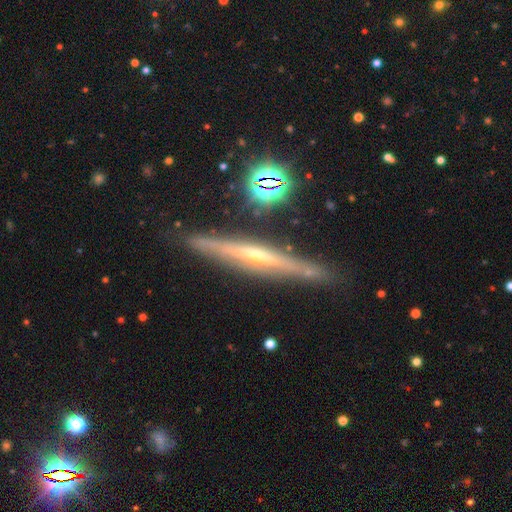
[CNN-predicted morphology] A featured or disk galaxy (78%) viewed edge-on (95%) with a rounded central bulge (55%).

Vote fractions:
- Smooth or featured? featured or disk: 78% / smooth: 14% / star or artifact: 8%
- Edge-on disk? yes: 95% / no: 5%
- Edge-on bulge? rounded: 55% / none: 37% / boxy: 7%
- Merging? none: 83% / minor disturbance: 12% / major disturbance: 3% / merger: 3%